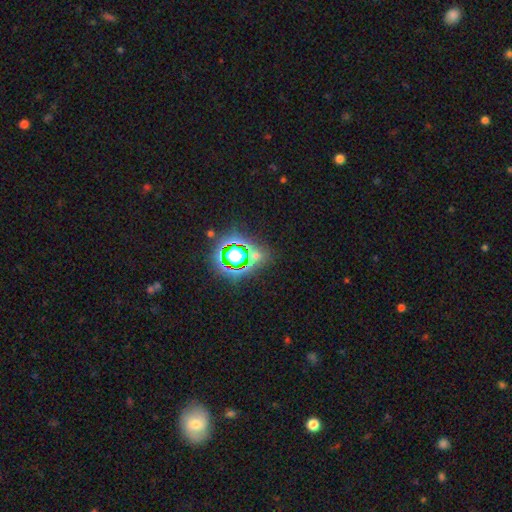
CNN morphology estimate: A star or artifact, not a galaxy (61%).

Vote fractions:
- Smooth or featured? star or artifact: 61% / smooth: 27% / featured or disk: 12%